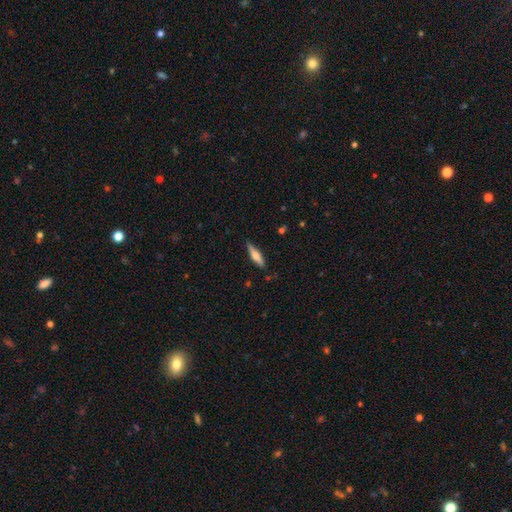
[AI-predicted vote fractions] Smooth or featured? Predicted: featured or disk (p=0.50). Merging? Predicted: none (p=0.86).